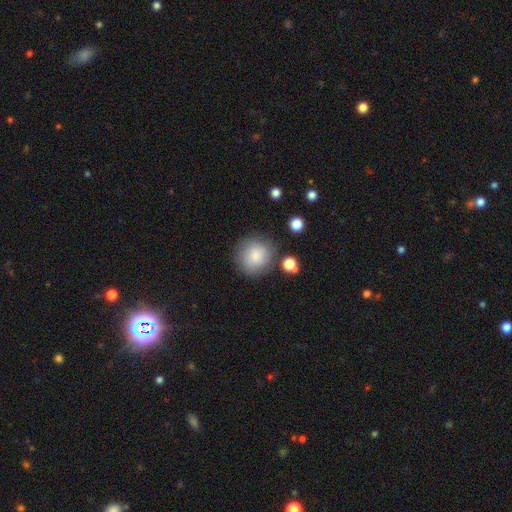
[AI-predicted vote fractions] Smooth or featured: smooth — 84% (star or artifact — 8%)
How rounded: round — 90% (in between — 9%)
Merging: none — 78% (minor disturbance — 13%)